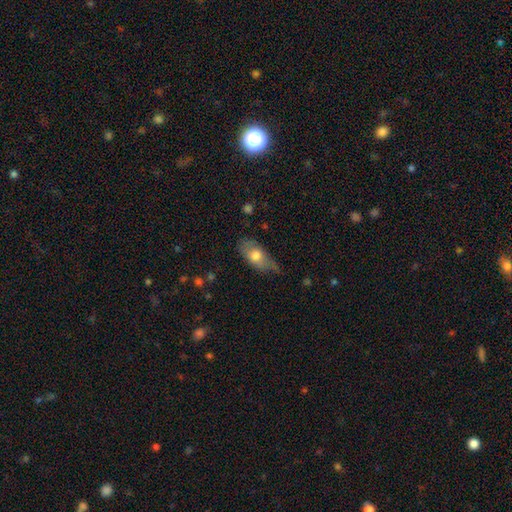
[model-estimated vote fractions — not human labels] This appears to be a smooth galaxy with no disk features (69%) that is in between round and cigar-shaped (86%). Merging: none (50%).